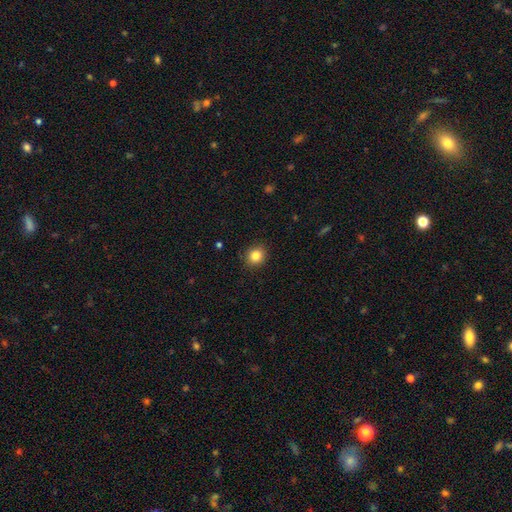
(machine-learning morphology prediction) Overall: smooth (84%). How rounded: round (88%). Merging: none (91%).